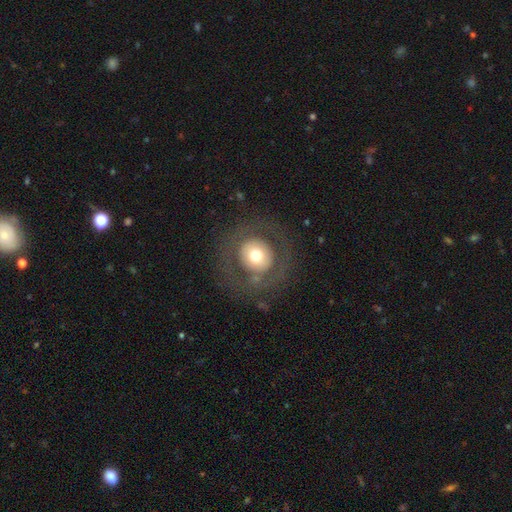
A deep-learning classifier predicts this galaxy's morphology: This appears to be a smooth galaxy with no disk features (56%) that is round (92%). Merging: none (79%).